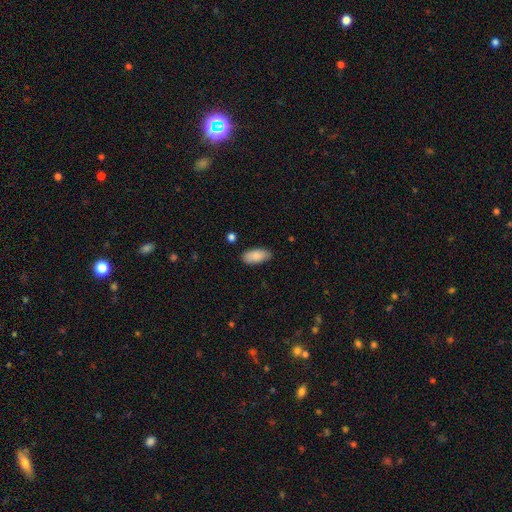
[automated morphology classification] The model was most divided on "merging": none: 85%, minor disturbance: 11%, major disturbance: 2%, merger: 2%. More confident: how rounded — in between (91%); smooth or featured — smooth (86%).